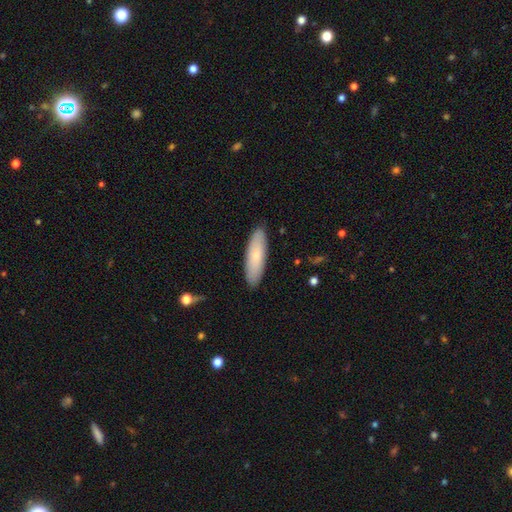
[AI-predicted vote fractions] smooth-or-featured: smooth: 72% | featured or disk: 21% | star or artifact: 6%
  how-rounded: cigar-shaped: 56% | in between: 42% | round: 2%
  merging: none: 89% | minor disturbance: 9% | major disturbance: 2% | merger: 1%